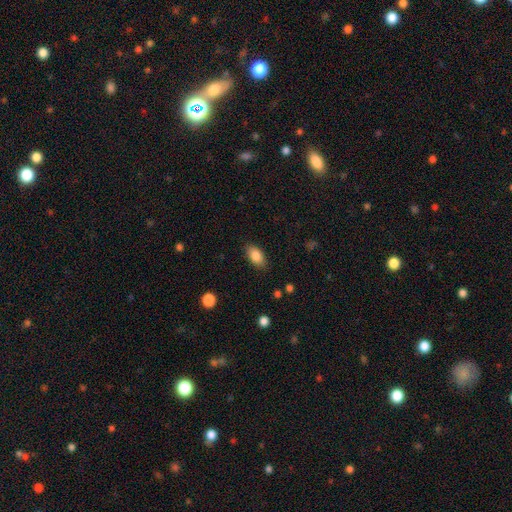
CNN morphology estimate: Q: Smooth or featured?
A: smooth (86%); runner-up: star or artifact (8%)
Q: How rounded?
A: in between (91%); runner-up: round (5%)
Q: Merging?
A: none (85%); runner-up: minor disturbance (11%)